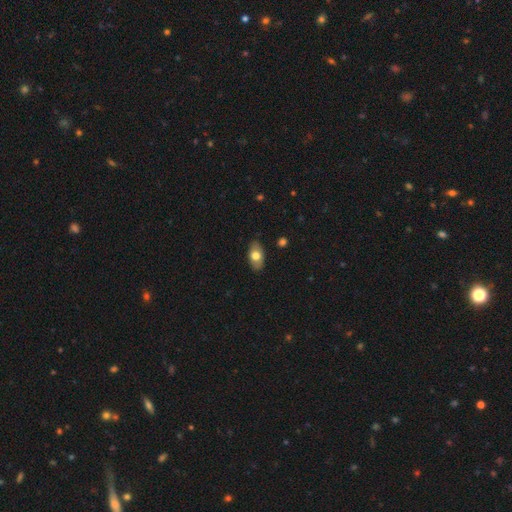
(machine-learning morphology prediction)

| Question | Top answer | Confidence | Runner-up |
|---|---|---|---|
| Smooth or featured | smooth | 70% | featured or disk (23%) |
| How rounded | in between | 90% | round (7%) |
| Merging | none | 84% | minor disturbance (12%) |